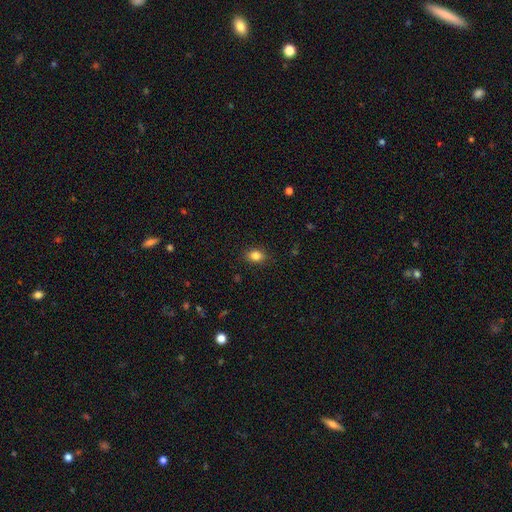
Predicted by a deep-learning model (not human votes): Smooth or featured?
  - smooth: 84% *
  - star or artifact: 10%
  - featured or disk: 6%
How rounded?
  - in between: 66% *
  - round: 32%
  - cigar-shaped: 1%
Merging?
  - none: 87% *
  - minor disturbance: 9%
  - major disturbance: 2%
  - merger: 1%